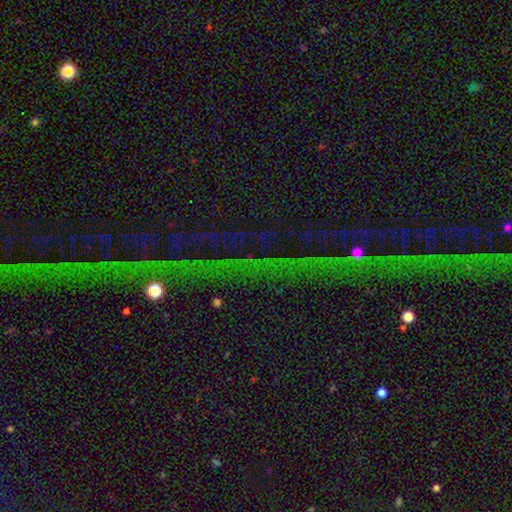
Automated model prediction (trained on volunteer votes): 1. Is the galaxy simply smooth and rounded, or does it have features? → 82% star or artifact, 10% featured or disk, 7% smooth.